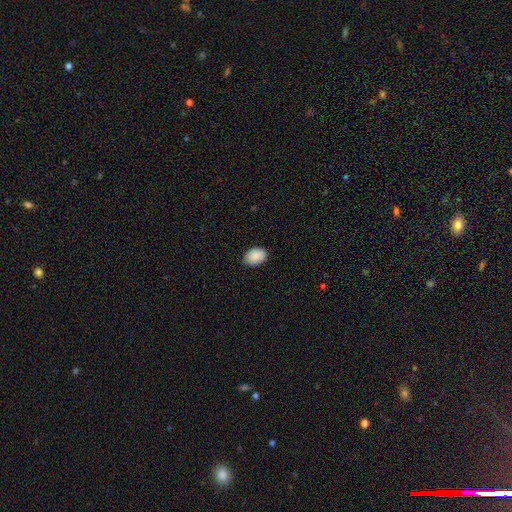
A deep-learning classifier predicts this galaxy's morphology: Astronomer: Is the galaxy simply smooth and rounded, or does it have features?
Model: smooth — 90%.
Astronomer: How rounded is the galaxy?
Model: in between — 83%.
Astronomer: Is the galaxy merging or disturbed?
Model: none — 83%.